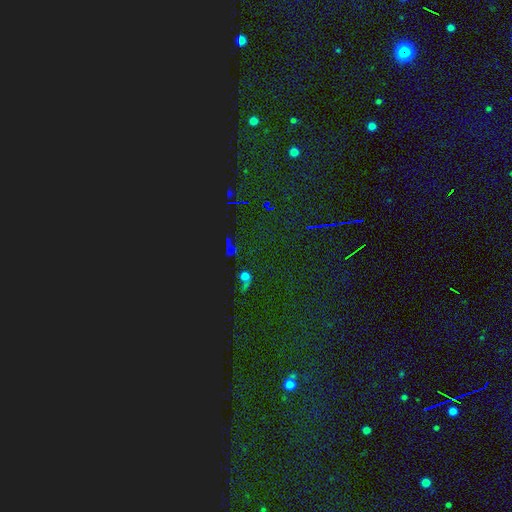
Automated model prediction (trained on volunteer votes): star or artifact 82%, smooth 12%, featured or disk 6%.